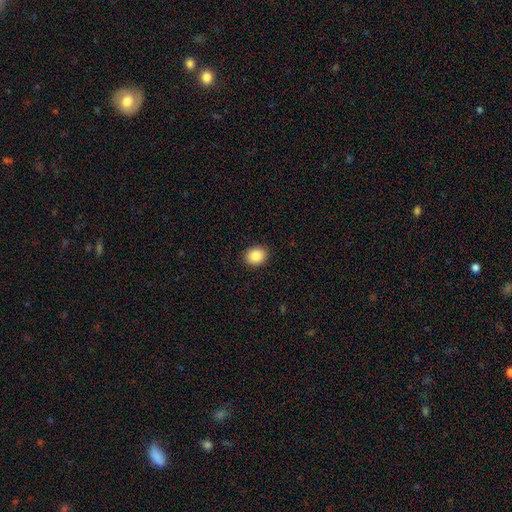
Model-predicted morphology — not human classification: A smooth galaxy with no disk features (87%) that is round (59%).

Vote fractions:
- Smooth or featured? smooth: 87% / star or artifact: 8% / featured or disk: 5%
- How rounded? round: 59% / in between: 40% / cigar-shaped: 1%
- Merging? none: 91% / minor disturbance: 6% / major disturbance: 2% / merger: 1%